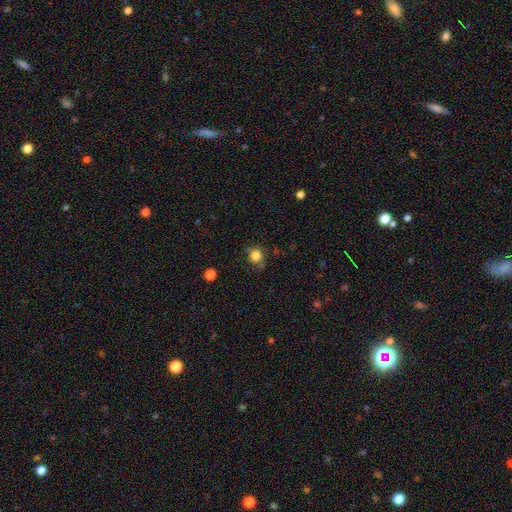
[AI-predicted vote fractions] Smooth or featured: smooth — 82% (star or artifact — 13%)
How rounded: round — 90% (in between — 9%)
Merging: none — 77% (minor disturbance — 15%)